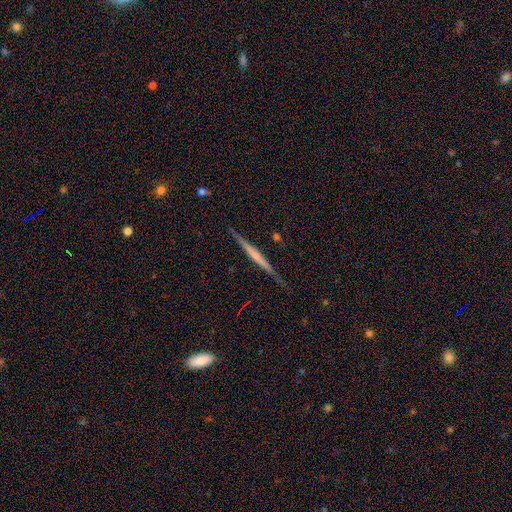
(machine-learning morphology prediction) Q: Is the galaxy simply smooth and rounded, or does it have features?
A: featured or disk — 66%.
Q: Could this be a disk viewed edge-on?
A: yes — 98%.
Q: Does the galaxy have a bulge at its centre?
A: none — 62%.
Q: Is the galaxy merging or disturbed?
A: none — 87%.